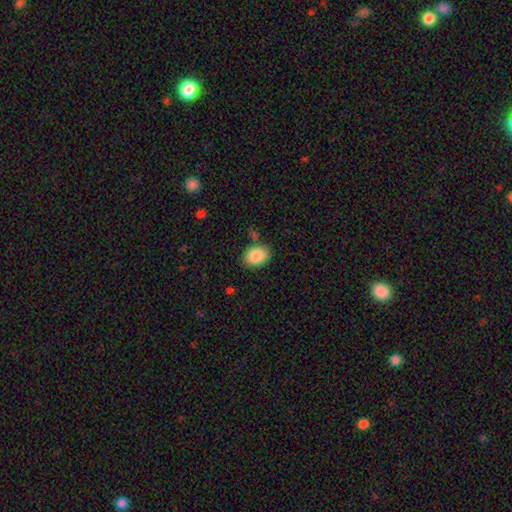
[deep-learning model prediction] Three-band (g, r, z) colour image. It shows a smooth galaxy with no disk features (87%) that is in between round and cigar-shaped (76%). Merging: none (77%).